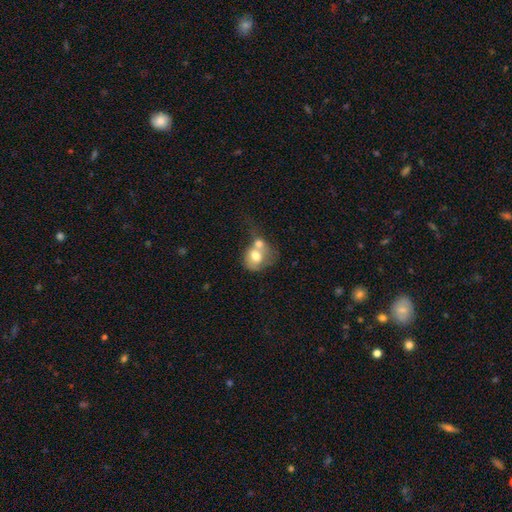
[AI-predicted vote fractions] The model was most divided on "how rounded": round: 63%, in between: 36%, cigar-shaped: 1%. More confident: merging — merger (69%); smooth or featured — smooth (66%).